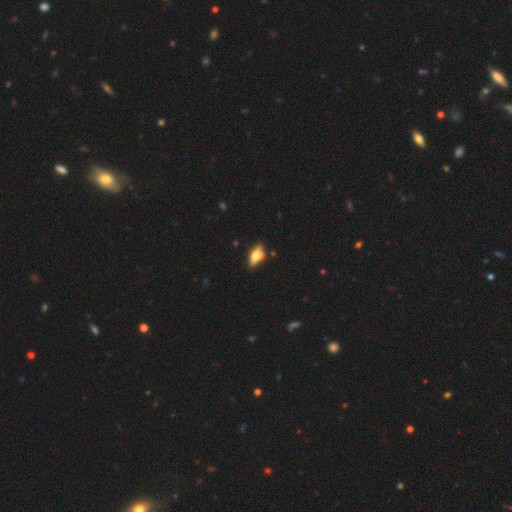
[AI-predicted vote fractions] Morphology: type=smooth (59%); roundness=in between (81%); merging=none (72%).